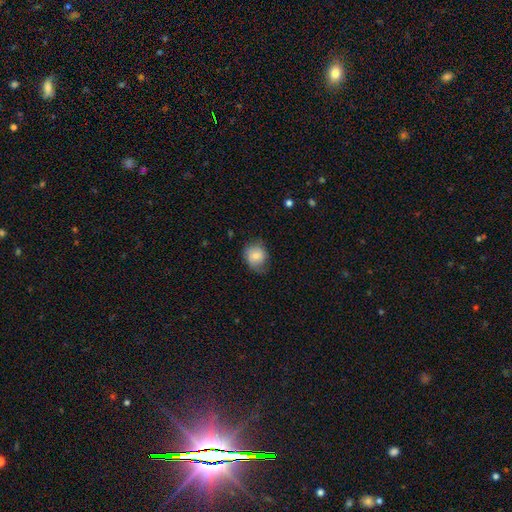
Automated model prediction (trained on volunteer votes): The model was most divided on "merging": none: 59%, minor disturbance: 30%, major disturbance: 11%, merger: 1%. More confident: smooth or featured — smooth (71%); how rounded — round (67%).